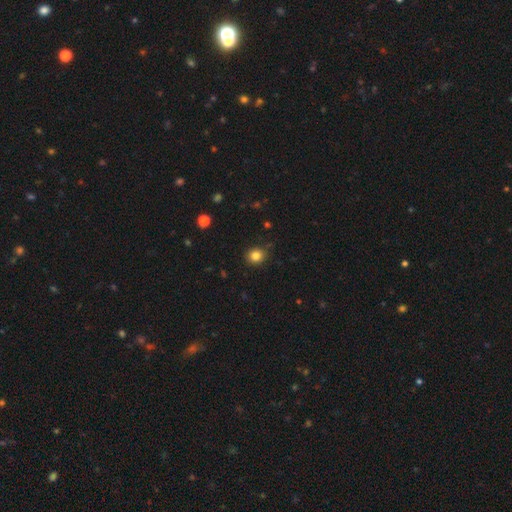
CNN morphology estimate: Smooth or featured? Predicted: smooth (p=0.83). How rounded? Predicted: round (p=0.77). Merging? Predicted: none (p=0.87).